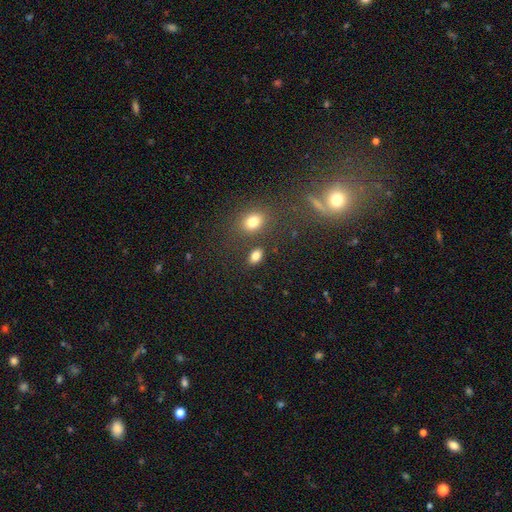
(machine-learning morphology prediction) Overall: smooth (81%). How rounded: in between (83%). Merging: none (77%).